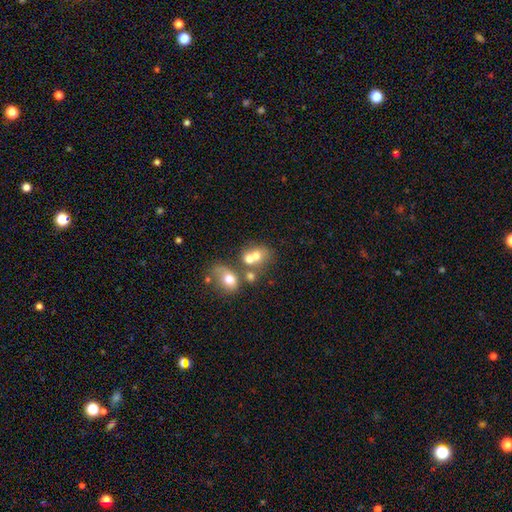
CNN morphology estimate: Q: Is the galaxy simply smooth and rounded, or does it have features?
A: smooth — 64%.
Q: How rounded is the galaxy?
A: round — 60%.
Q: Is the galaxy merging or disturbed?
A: merger — 55%.